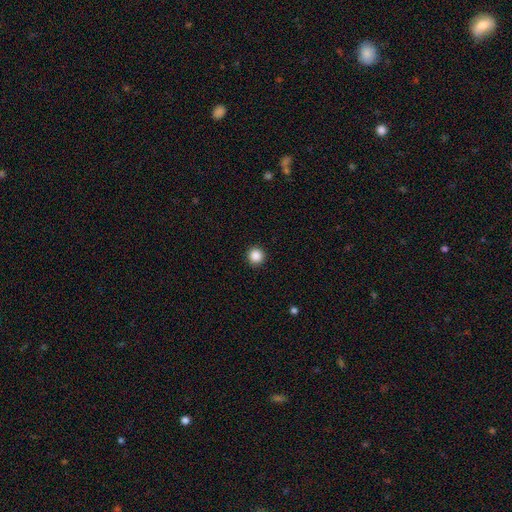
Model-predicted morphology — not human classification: Smooth or featured: smooth — 88% (star or artifact — 10%)
How rounded: round — 96% (in between — 3%)
Merging: none — 93% (minor disturbance — 4%)